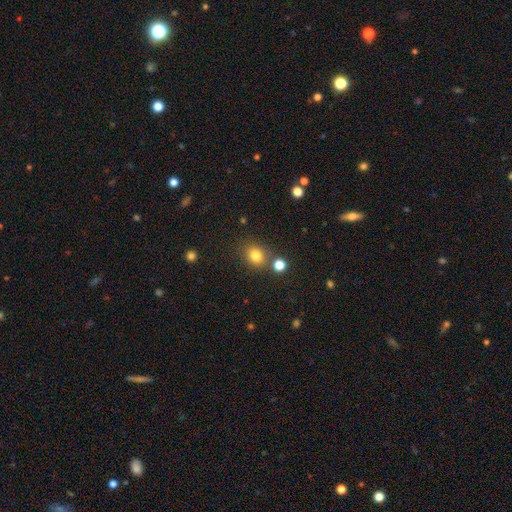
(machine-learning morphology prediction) A smooth galaxy with no disk features (80%) that is round (71%). Merging: none (75%).